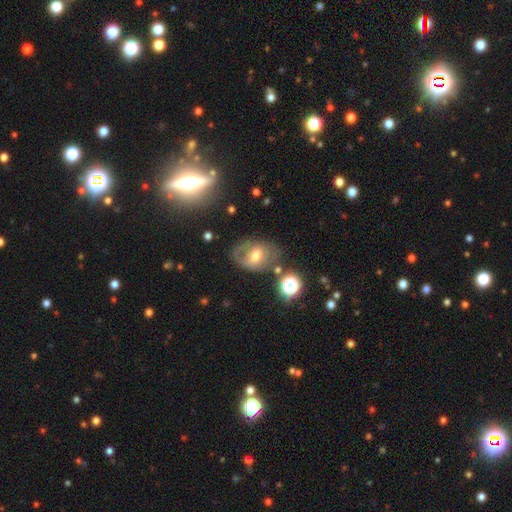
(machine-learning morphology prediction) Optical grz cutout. It shows a featured or disk galaxy (45%). Merging: none (55%).